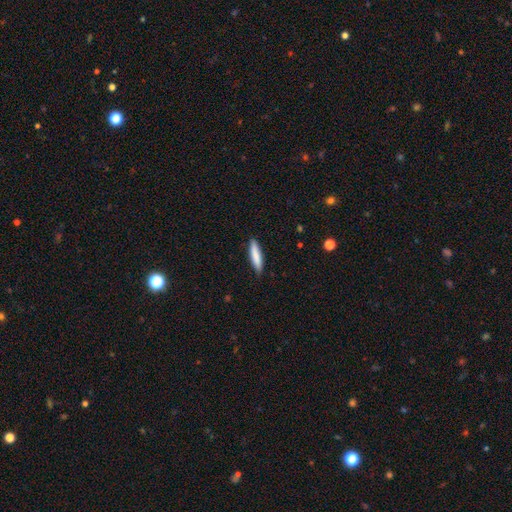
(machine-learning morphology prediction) smooth 82%, featured or disk 12%, star or artifact 6%. Down the decision tree: how rounded — cigar-shaped (83%); merging — none (87%).